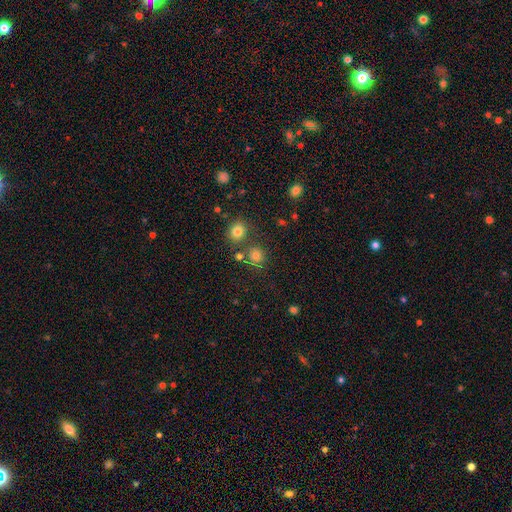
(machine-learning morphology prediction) This is likely a smooth galaxy (76%). How rounded: clearly round (84%). Merging: likely none (70%).